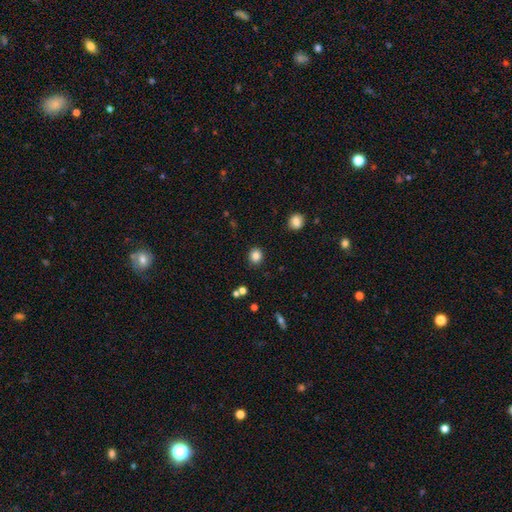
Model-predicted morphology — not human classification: Smooth or featured? smooth (84%)
How rounded? round (81%)
Merging? none (89%)